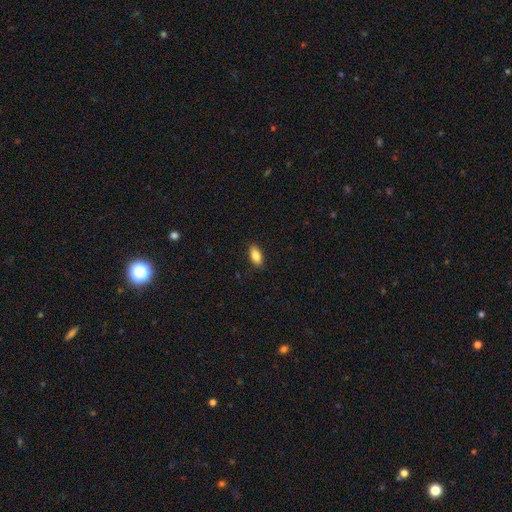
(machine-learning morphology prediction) The model was most divided on "smooth or featured": smooth: 84%, featured or disk: 9%, star or artifact: 7%. More confident: how rounded — in between (89%); merging — none (88%).